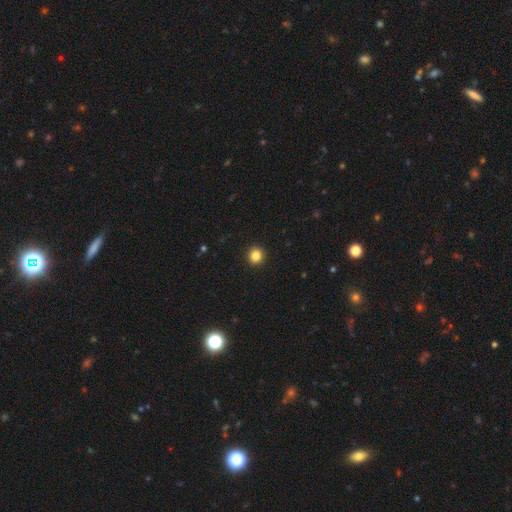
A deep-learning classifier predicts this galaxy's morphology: Q: Smooth or featured?
A: smooth (84%); runner-up: star or artifact (11%)
Q: How rounded?
A: round (92%); runner-up: in between (7%)
Q: Merging?
A: none (93%); runner-up: minor disturbance (4%)